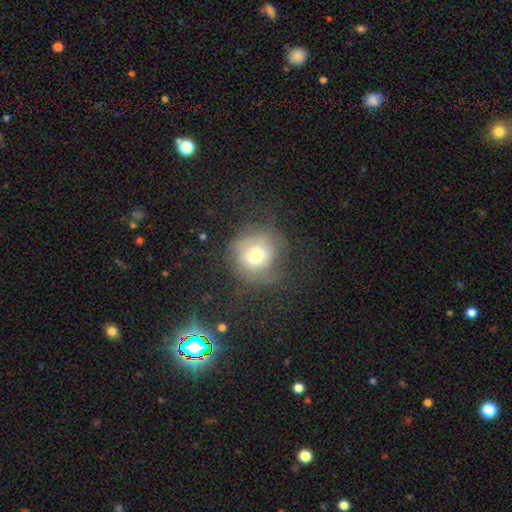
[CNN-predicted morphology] Smooth or featured: smooth — 62% (featured or disk — 26%)
How rounded: round — 86% (in between — 13%)
Merging: none — 58% (minor disturbance — 21%)